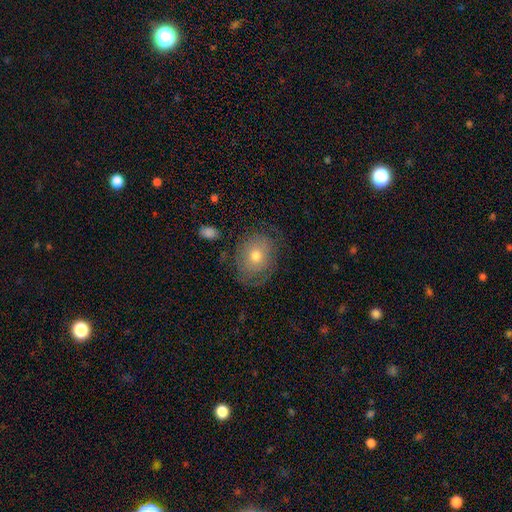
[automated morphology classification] Smooth or featured: smooth — 54% (featured or disk — 36%)
How rounded: in between — 52% (round — 47%)
Merging: none — 65% (minor disturbance — 22%)